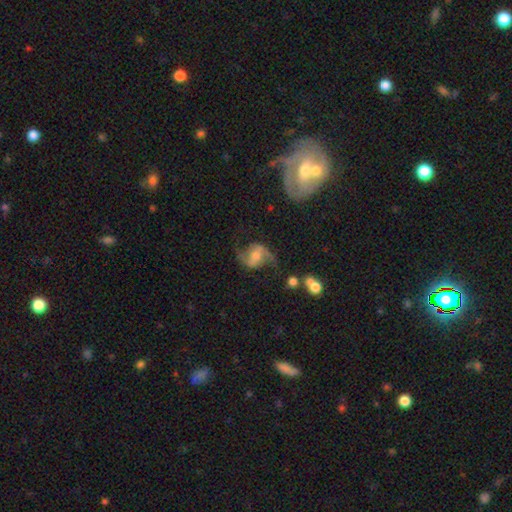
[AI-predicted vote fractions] Smooth or featured? Predicted: featured or disk (p=0.83). Edge-on disk? Predicted: no (p=0.98). Bar? Predicted: weak (p=0.44). Spiral arms? Predicted: yes (p=0.95). Spiral winding? Predicted: loose (p=0.55). Spiral arm count? Predicted: 2 (p=0.92). Bulge size? Predicted: moderate (p=0.48). Merging? Predicted: none (p=0.68).